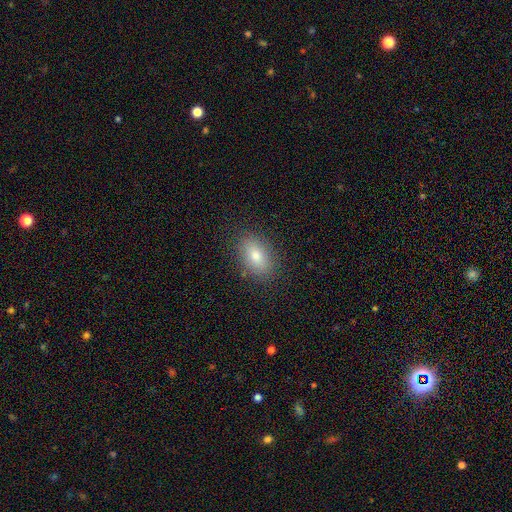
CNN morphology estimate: Smooth or featured?
  - smooth: 78% *
  - featured or disk: 13%
  - star or artifact: 10%
How rounded?
  - in between: 87% *
  - round: 11%
  - cigar-shaped: 2%
Merging?
  - none: 87% *
  - minor disturbance: 9%
  - major disturbance: 3%
  - merger: 1%